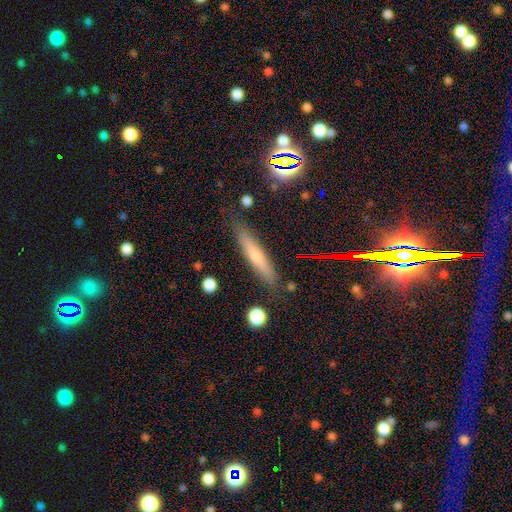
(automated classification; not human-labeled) smooth-or-featured: smooth: 52% | featured or disk: 37% | star or artifact: 11%
  how-rounded: cigar-shaped: 89% | in between: 9% | round: 2%
  merging: none: 83% | minor disturbance: 13% | major disturbance: 2% | merger: 2%